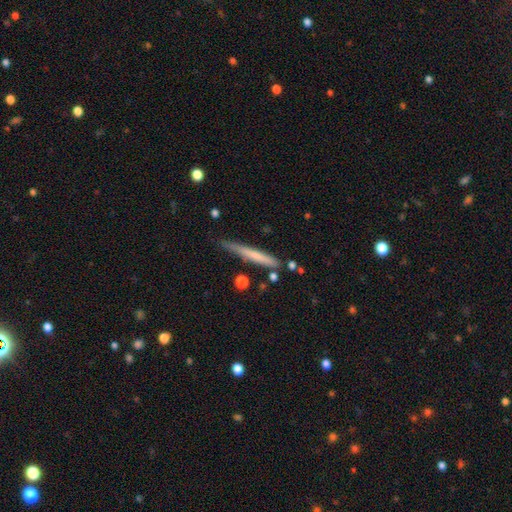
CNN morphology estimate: The model was most divided on "smooth or featured": smooth: 60%, featured or disk: 34%, star or artifact: 6%. More confident: how rounded — cigar-shaped (95%); merging — none (69%).